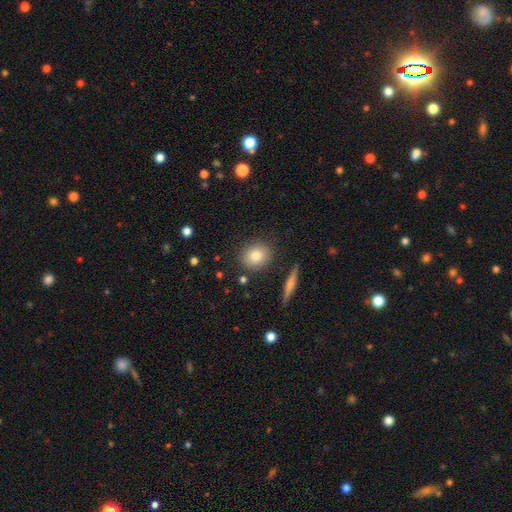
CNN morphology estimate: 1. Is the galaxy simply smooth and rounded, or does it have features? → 81% smooth, 11% featured or disk, 9% star or artifact.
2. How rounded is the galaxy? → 73% round, 25% in between, 2% cigar-shaped.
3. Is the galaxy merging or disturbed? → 85% none, 9% minor disturbance, 3% merger, 3% major disturbance.